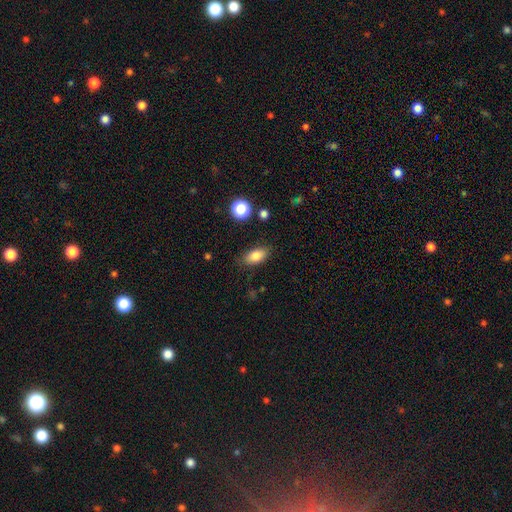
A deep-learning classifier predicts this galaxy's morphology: This appears to be a smooth galaxy with no disk features (83%) that is in between round and cigar-shaped (88%). Merging: none (83%).